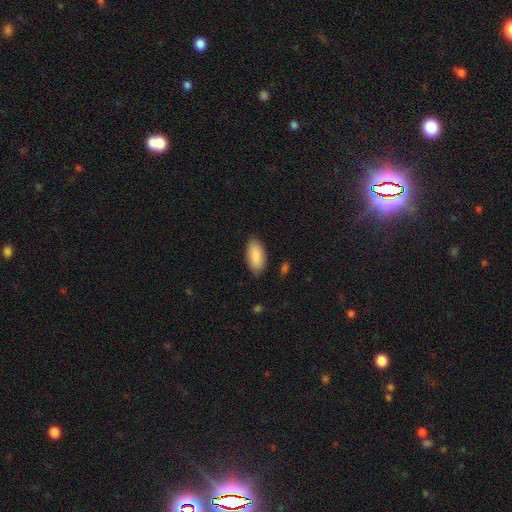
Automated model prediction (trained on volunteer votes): Q: Smooth or featured?
A: smooth (88%); runner-up: featured or disk (6%)
Q: How rounded?
A: in between (91%); runner-up: cigar-shaped (7%)
Q: Merging?
A: none (84%); runner-up: minor disturbance (13%)